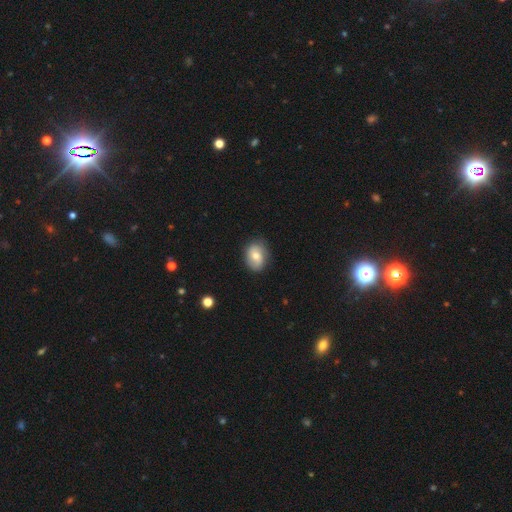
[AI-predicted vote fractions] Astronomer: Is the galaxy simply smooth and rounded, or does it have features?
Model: smooth — 62%.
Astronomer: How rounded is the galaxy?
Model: in between — 61% (runner-up: round, 38%).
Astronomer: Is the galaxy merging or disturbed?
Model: none — 78%.